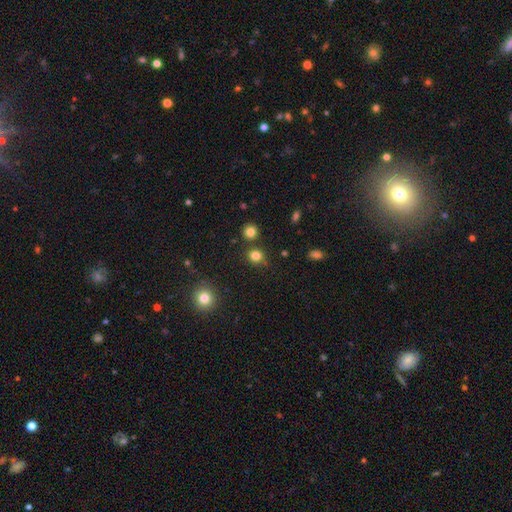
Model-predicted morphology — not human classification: The model was most divided on "smooth or featured": smooth: 81%, star or artifact: 15%, featured or disk: 5%. More confident: how rounded — round (85%); merging — none (81%).